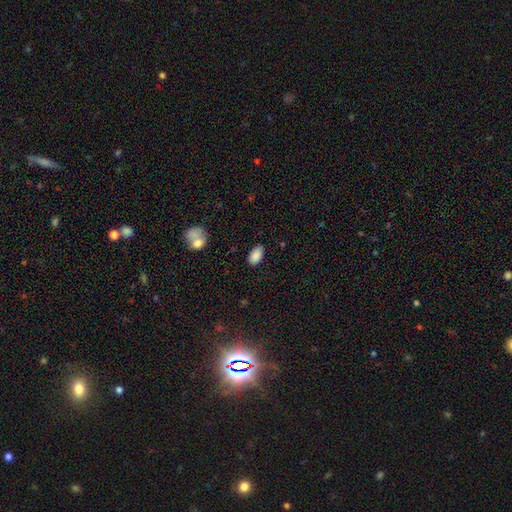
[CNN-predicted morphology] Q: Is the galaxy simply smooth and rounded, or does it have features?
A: smooth — 88%.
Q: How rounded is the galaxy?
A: in between — 93%.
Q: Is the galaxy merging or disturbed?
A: none — 82%.